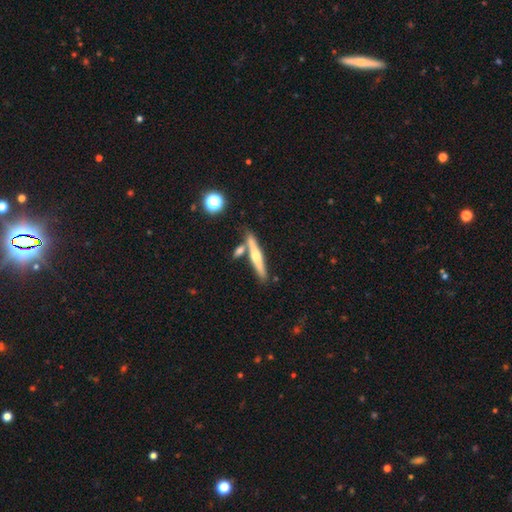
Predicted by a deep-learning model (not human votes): Overall: featured or disk (59%; smooth 35%). Edge-on disk: yes (96%). Edge-on bulge: rounded (86%). Merging: none (70%).